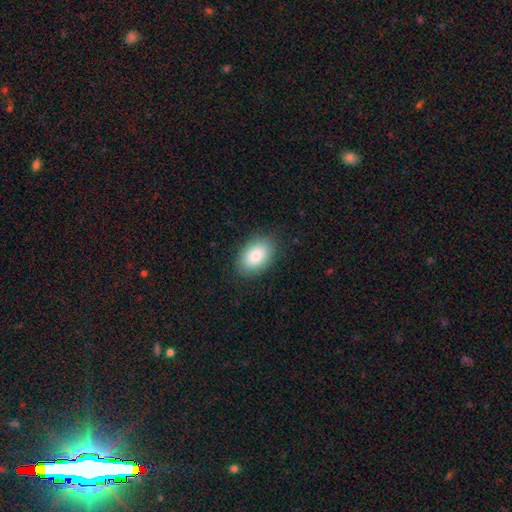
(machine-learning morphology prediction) type=smooth (85%); roundness=in between (90%); merging=none (86%).